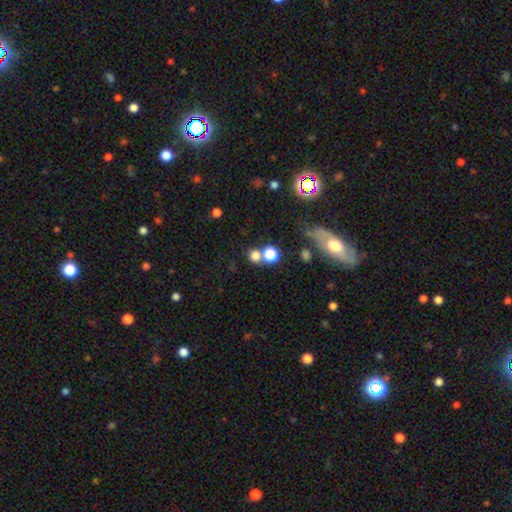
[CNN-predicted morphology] Q: Smooth or featured?
A: smooth (72%); runner-up: star or artifact (21%)
Q: How rounded?
A: round (86%); runner-up: in between (12%)
Q: Merging?
A: none (61%); runner-up: merger (27%)